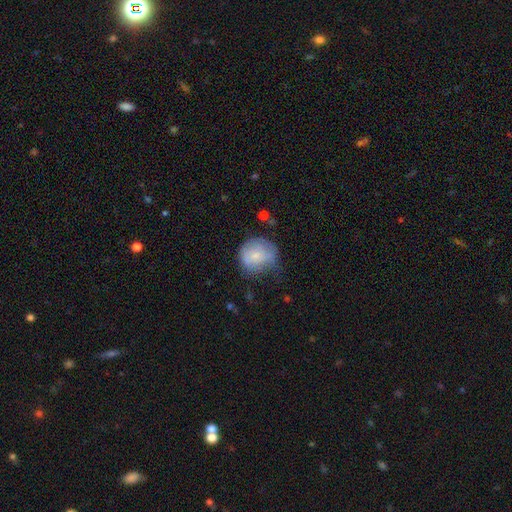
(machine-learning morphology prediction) Smooth or featured? smooth (63%)
How rounded? round (80%)
Merging? none (42%)